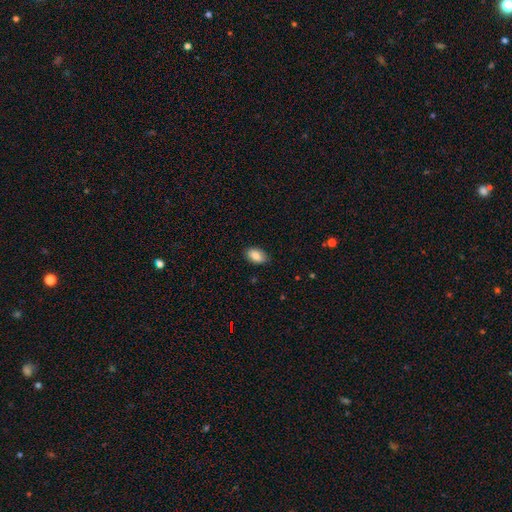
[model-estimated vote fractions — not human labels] Smooth or featured? smooth (86%)
How rounded? in between (93%)
Merging? none (84%)